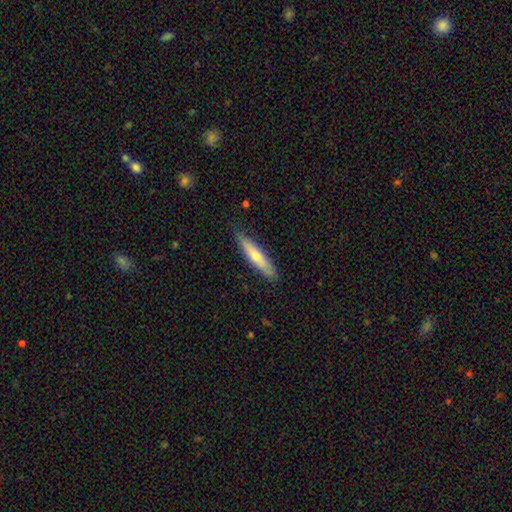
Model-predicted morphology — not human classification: The model was most divided on "smooth or featured": smooth: 55%, featured or disk: 39%, star or artifact: 6%. More confident: how rounded — cigar-shaped (88%); merging — none (86%).